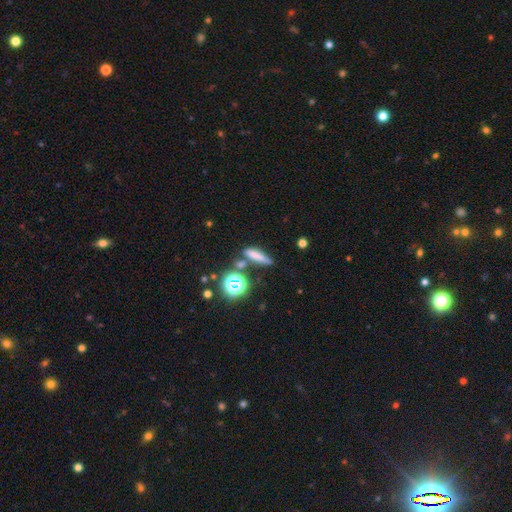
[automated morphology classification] Q: Smooth or featured?
A: smooth (66%); runner-up: star or artifact (20%)
Q: How rounded?
A: cigar-shaped (69%); runner-up: in between (20%)
Q: Merging?
A: none (64%); runner-up: minor disturbance (16%)